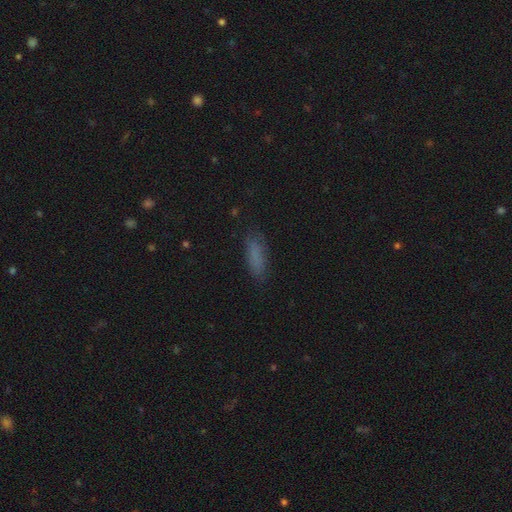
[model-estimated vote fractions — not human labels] This appears to be a smooth galaxy with no disk features (80%) that is in between round and cigar-shaped (49%, tied with cigar-shaped). Merging: none (81%).